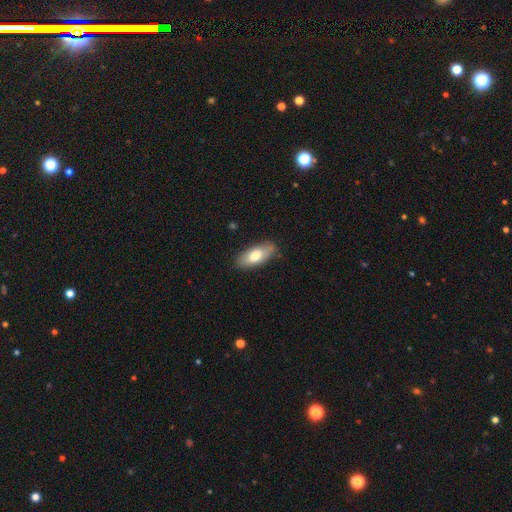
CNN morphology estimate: Smooth or featured? Predicted: smooth (p=0.73). How rounded? Predicted: in between (p=0.84). Merging? Predicted: none (p=0.82).